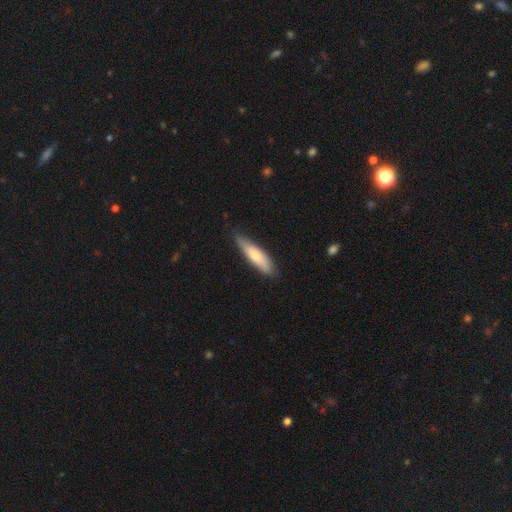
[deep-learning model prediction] This appears to be a smooth galaxy with no disk features (71%) that is cigar-shaped (66%). Merging: none (79%).